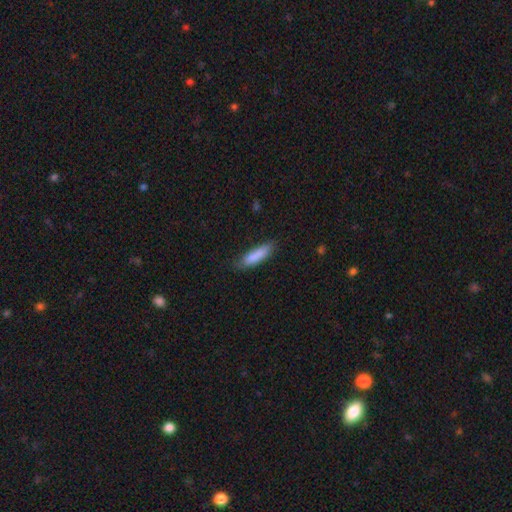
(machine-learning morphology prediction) smooth-or-featured: smooth: 83% | featured or disk: 10% | star or artifact: 6%
  how-rounded: cigar-shaped: 67% | in between: 32% | round: 2%
  merging: none: 74% | minor disturbance: 21% | major disturbance: 4% | merger: 2%